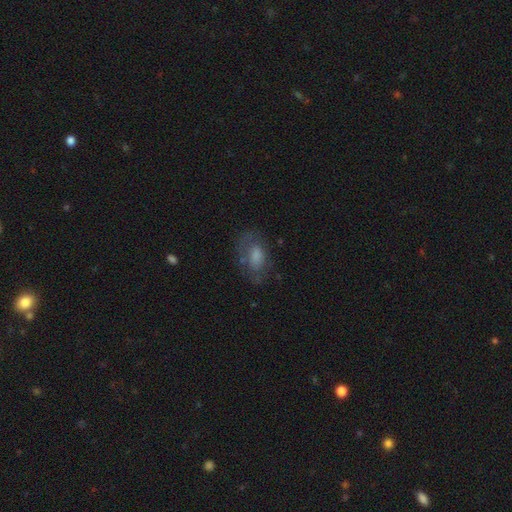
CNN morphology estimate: Smooth or featured?
  - smooth: 50% *
  - featured or disk: 37%
  - star or artifact: 13%
Merging?
  - none: 62% *
  - minor disturbance: 21%
  - major disturbance: 15%
  - merger: 2%